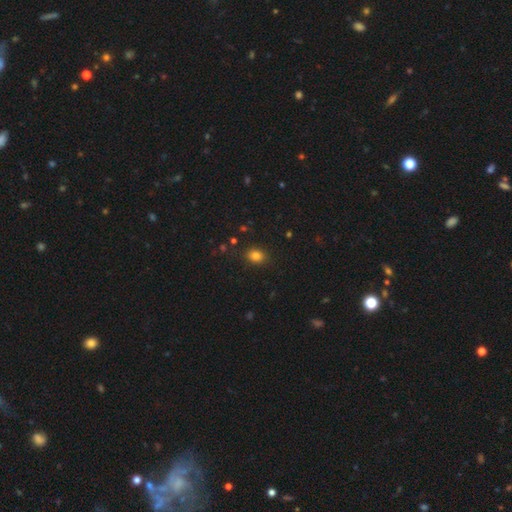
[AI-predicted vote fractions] Smooth or featured? smooth (82%)
How rounded? in between (56%)
Merging? none (86%)